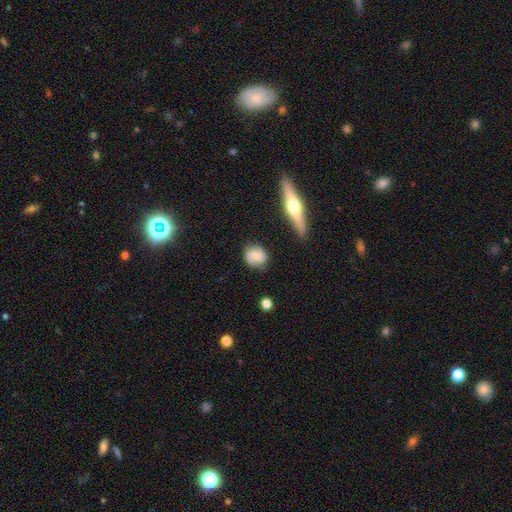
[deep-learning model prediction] A smooth galaxy with no disk features (53%) that is round (68%).

Vote fractions:
- Smooth or featured? smooth: 53% / featured or disk: 40% / star or artifact: 7%
- How rounded? round: 68% / in between: 30% / cigar-shaped: 3%
- Merging? none: 75% / minor disturbance: 18% / major disturbance: 4% / merger: 2%